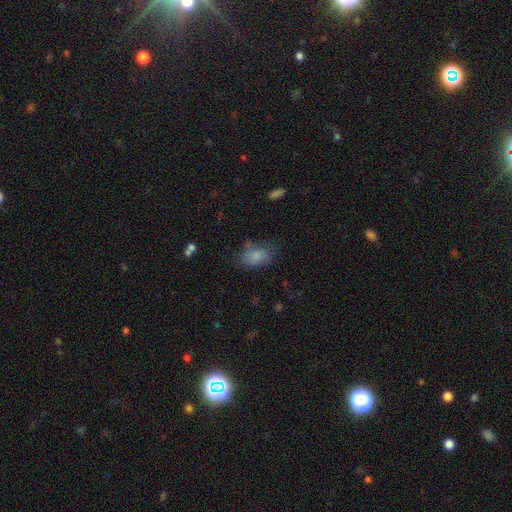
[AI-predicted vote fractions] smooth 81%, star or artifact 10%, featured or disk 10%. Down the decision tree: how rounded — in between (82%); merging — none (58%).